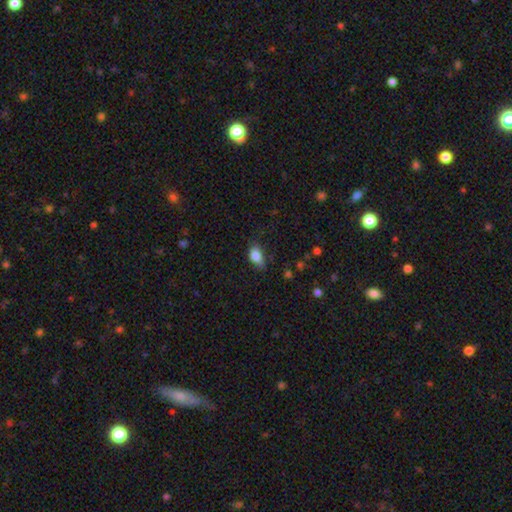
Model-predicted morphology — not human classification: A smooth galaxy with no disk features (85%) that is in between round and cigar-shaped (86%). Merging: none (65%).